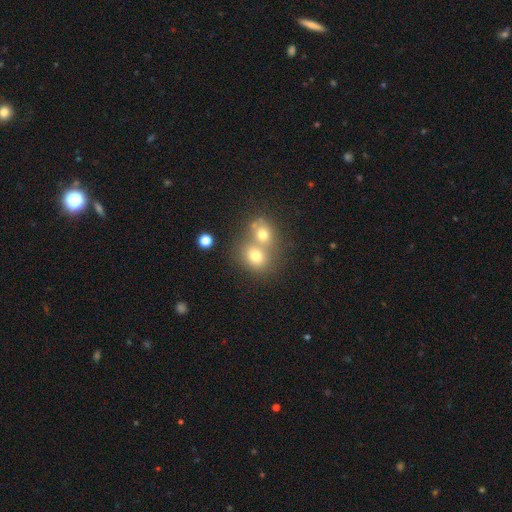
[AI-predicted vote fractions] Smooth or featured? Predicted: smooth (p=0.74). How rounded? Predicted: round (p=0.70). Merging? Predicted: merger (p=0.52).